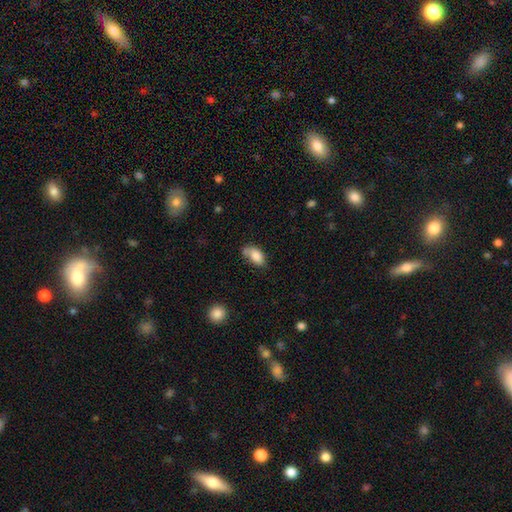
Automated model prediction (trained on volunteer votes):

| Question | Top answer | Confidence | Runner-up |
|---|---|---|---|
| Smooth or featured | smooth | 83% | star or artifact (9%) |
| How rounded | in between | 90% | round (6%) |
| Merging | none | 46% | minor disturbance (26%) |